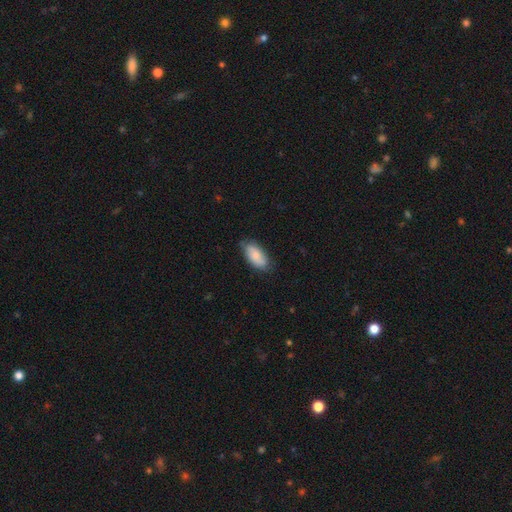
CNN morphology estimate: Smooth or featured?
  - smooth: 79% *
  - featured or disk: 15%
  - star or artifact: 6%
How rounded?
  - in between: 91% *
  - cigar-shaped: 6%
  - round: 2%
Merging?
  - none: 73% *
  - minor disturbance: 22%
  - major disturbance: 4%
  - merger: 1%